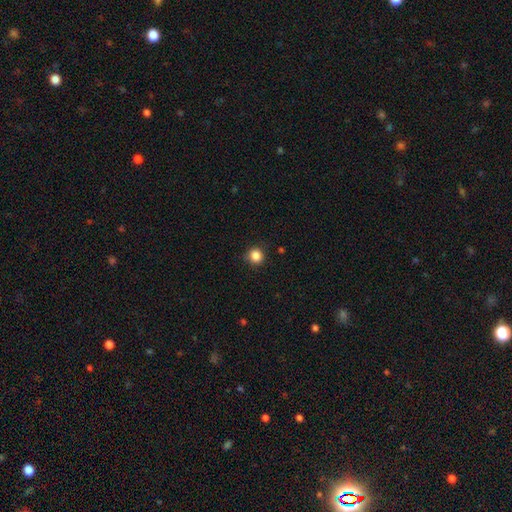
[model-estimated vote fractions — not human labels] Smooth or featured: smooth — 85% (star or artifact — 11%)
How rounded: round — 93% (in between — 6%)
Merging: none — 88% (minor disturbance — 9%)